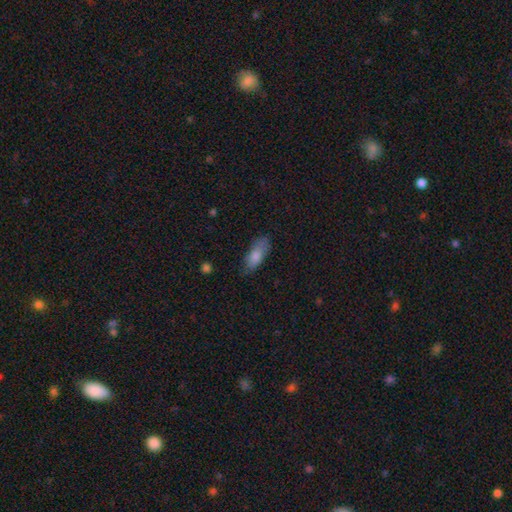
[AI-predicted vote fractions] Smooth or featured? Predicted: smooth (p=0.80). How rounded? Predicted: in between (p=0.77). Merging? Predicted: none (p=0.67).